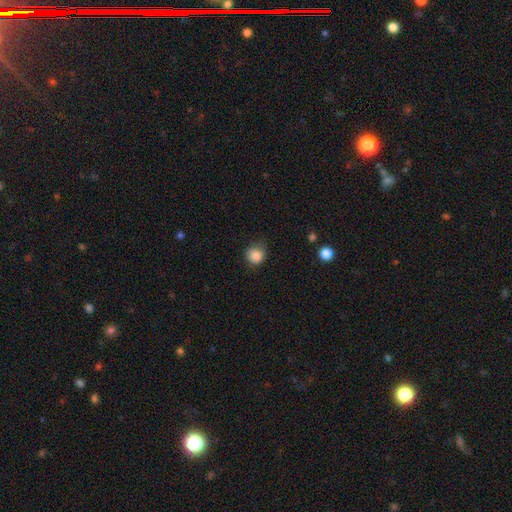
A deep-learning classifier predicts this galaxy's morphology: smooth 85%, star or artifact 10%, featured or disk 5%. Down the decision tree: how rounded — round (83%); merging — none (65%).